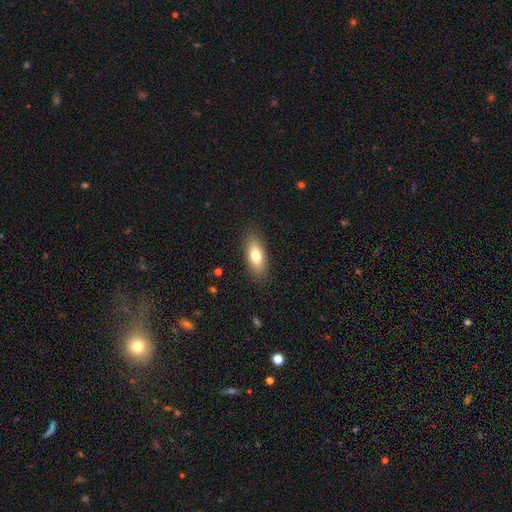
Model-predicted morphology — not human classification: Smooth or featured? Predicted: smooth (p=0.73). How rounded? Predicted: in between (p=0.75). Merging? Predicted: none (p=0.88).